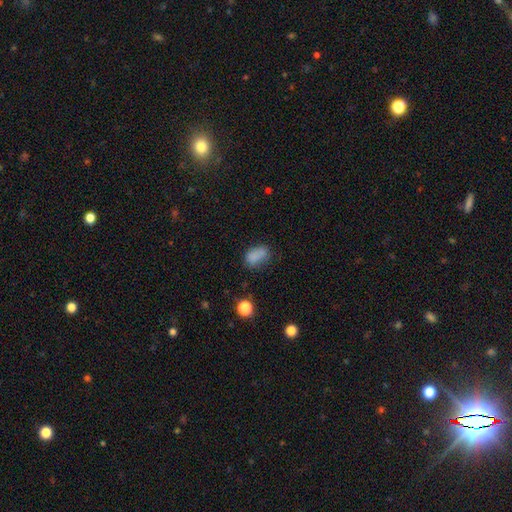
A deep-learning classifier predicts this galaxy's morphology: smooth_or_featured: smooth (p=0.81) [alt: star or artifact p=0.12]
how_rounded: in between (p=0.87) [alt: round p=0.11]
merging: none (p=0.63) [alt: minor disturbance p=0.24]